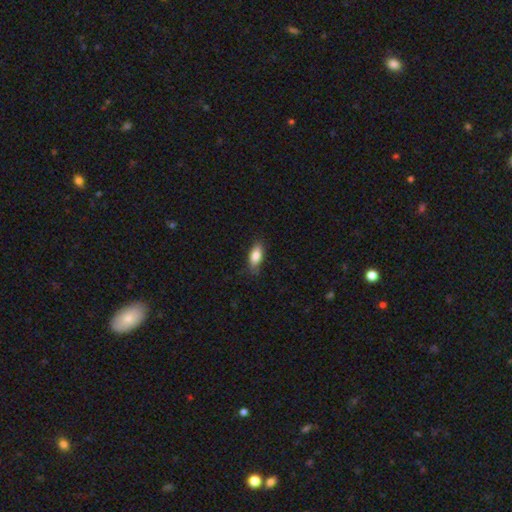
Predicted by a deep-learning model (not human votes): Morphology: type=smooth (84%); roundness=in between (82%); merging=none (75%).